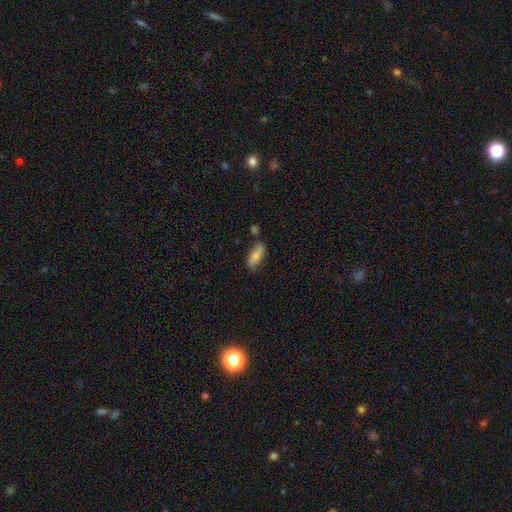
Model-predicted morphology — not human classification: smooth 82%, featured or disk 11%, star or artifact 6%. Down the decision tree: how rounded — in between (79%); merging — none (70%).